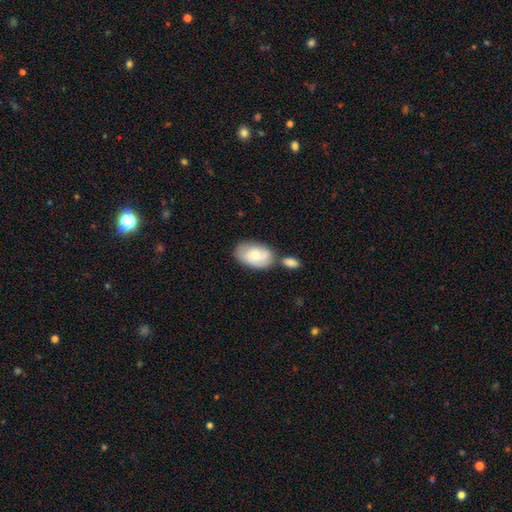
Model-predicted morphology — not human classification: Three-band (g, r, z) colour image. It shows a smooth galaxy with no disk features (68%) that is in between round and cigar-shaped (91%). Merging: none (51%).